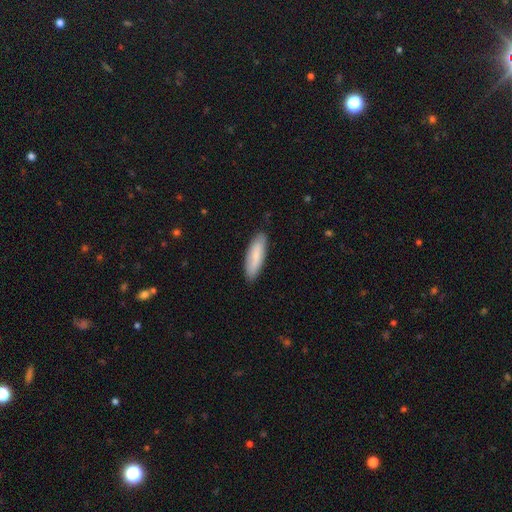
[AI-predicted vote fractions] Smooth or featured? Predicted: smooth (p=0.77). How rounded? Predicted: cigar-shaped (p=0.53). Merging? Predicted: none (p=0.86).